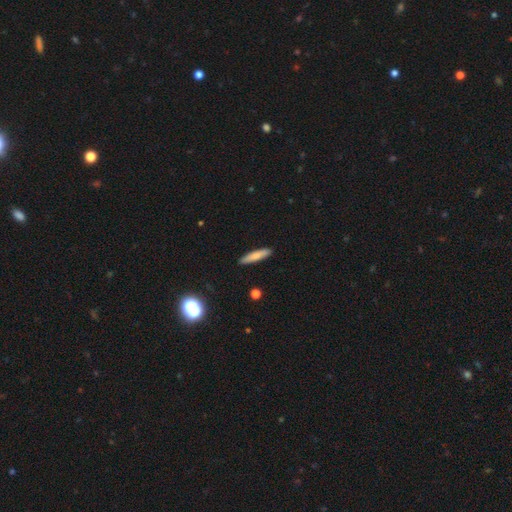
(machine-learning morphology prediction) Overall: smooth (78%). How rounded: cigar-shaped (86%). Merging: none (90%).